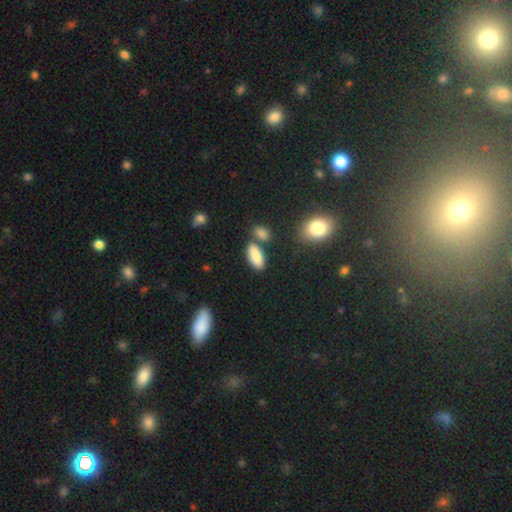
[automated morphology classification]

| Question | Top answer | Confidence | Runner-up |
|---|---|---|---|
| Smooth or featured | smooth | 87% | star or artifact (7%) |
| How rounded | in between | 86% | cigar-shaped (11%) |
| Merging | none | 68% | merger (15%) |